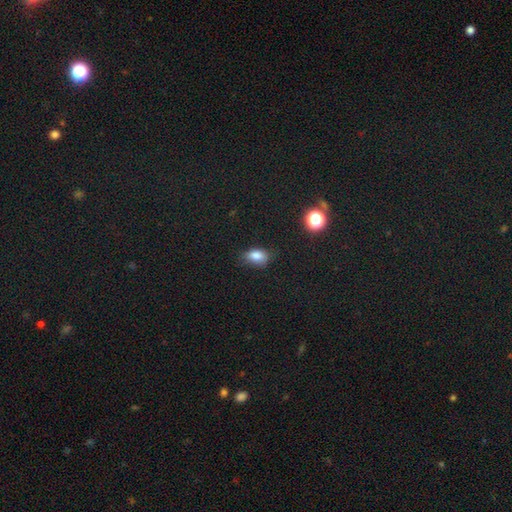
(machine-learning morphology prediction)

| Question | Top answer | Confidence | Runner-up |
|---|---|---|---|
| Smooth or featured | smooth | 82% | star or artifact (12%) |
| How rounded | in between | 81% | round (17%) |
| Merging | none | 68% | minor disturbance (25%) |